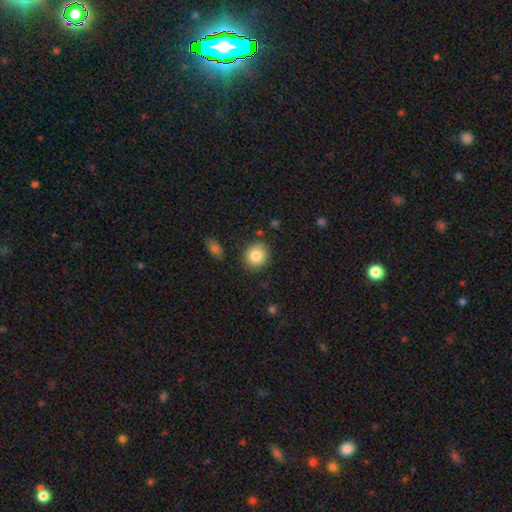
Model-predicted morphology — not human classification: The model was most divided on "how rounded": round: 83%, in between: 16%, cigar-shaped: 1%. More confident: merging — none (87%); smooth or featured — smooth (84%).